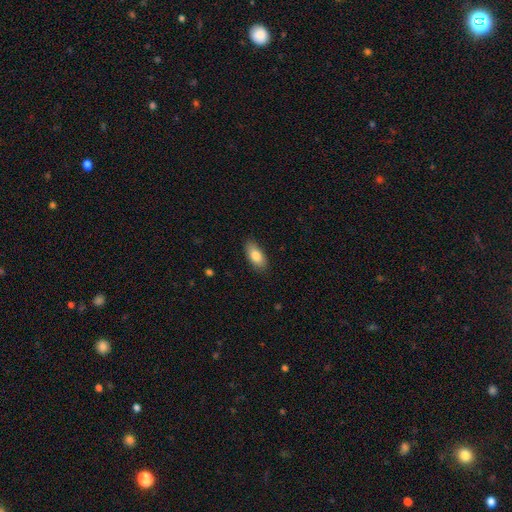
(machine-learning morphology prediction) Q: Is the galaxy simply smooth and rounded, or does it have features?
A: smooth — 83%.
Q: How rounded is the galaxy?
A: in between — 89%.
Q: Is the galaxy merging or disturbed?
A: none — 85%.